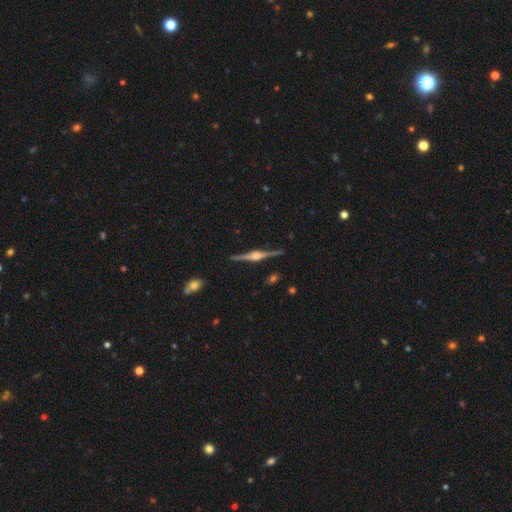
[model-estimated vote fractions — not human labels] Smooth or featured? featured or disk (88%)
Edge-on disk? yes (99%)
Edge-on bulge? rounded (85%)
Merging? none (90%)